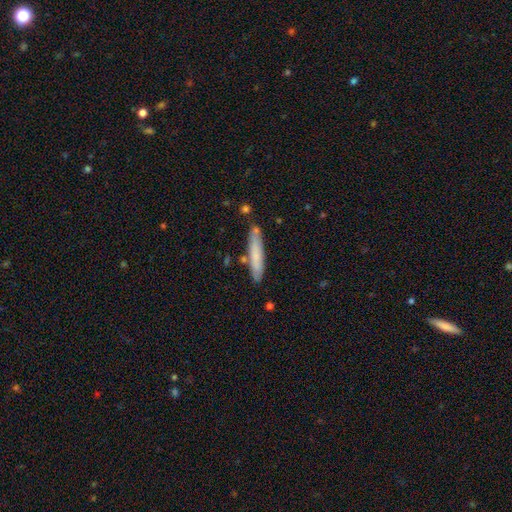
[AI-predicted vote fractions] Q: Smooth or featured?
A: smooth (71%); runner-up: featured or disk (23%)
Q: How rounded?
A: cigar-shaped (89%); runner-up: in between (10%)
Q: Merging?
A: none (80%); runner-up: minor disturbance (13%)